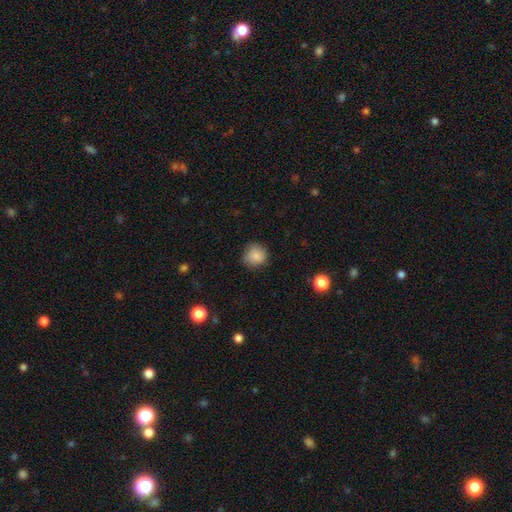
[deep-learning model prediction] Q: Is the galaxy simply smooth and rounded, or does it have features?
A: smooth — 83%.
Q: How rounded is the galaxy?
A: round — 88%.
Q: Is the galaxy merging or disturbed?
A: none — 78%.